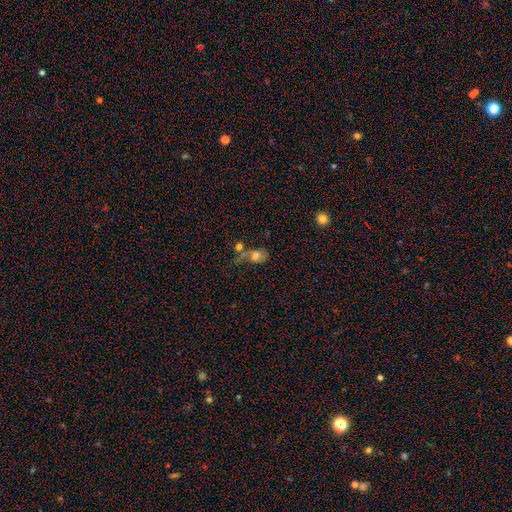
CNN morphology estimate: Smooth or featured? Predicted: smooth (p=0.62). How rounded? Predicted: in between (p=0.72). Merging? Predicted: merger (p=0.38).